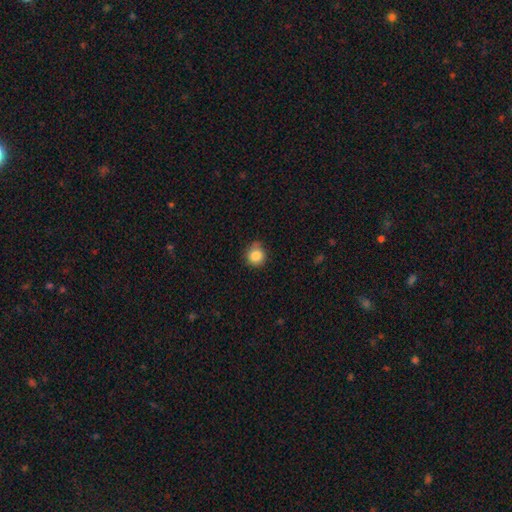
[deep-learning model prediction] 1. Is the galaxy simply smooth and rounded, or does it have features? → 85% smooth, 10% star or artifact, 5% featured or disk.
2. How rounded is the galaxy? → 88% round, 11% in between, 1% cigar-shaped.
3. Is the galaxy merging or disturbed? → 73% none, 22% minor disturbance, 4% major disturbance, 2% merger.